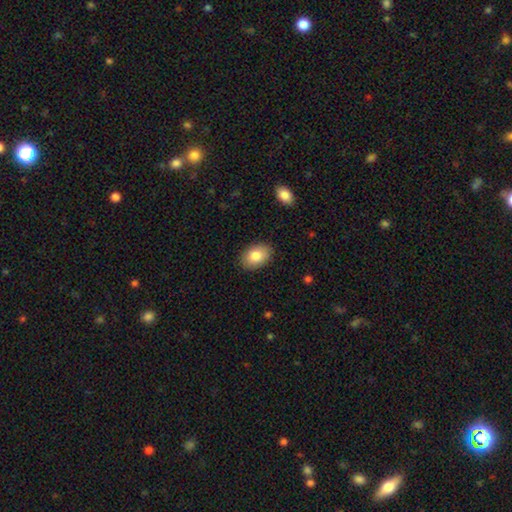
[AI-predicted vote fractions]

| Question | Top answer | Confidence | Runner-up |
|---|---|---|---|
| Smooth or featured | smooth | 83% | featured or disk (10%) |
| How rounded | in between | 85% | round (14%) |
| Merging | none | 88% | minor disturbance (9%) |